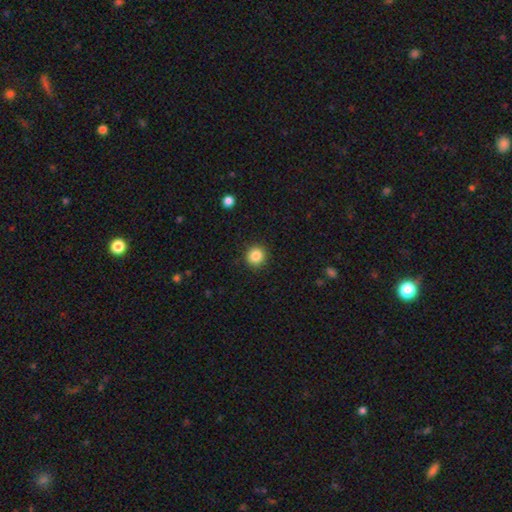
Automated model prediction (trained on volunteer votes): Smooth or featured?
  - smooth: 85% *
  - star or artifact: 10%
  - featured or disk: 5%
How rounded?
  - round: 92% *
  - in between: 7%
  - cigar-shaped: 1%
Merging?
  - none: 91% *
  - minor disturbance: 6%
  - major disturbance: 2%
  - merger: 1%